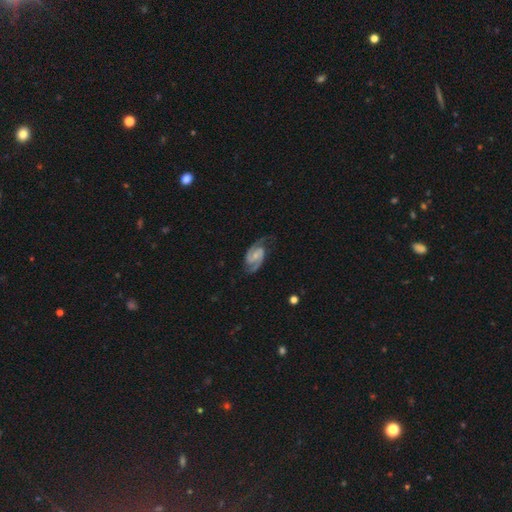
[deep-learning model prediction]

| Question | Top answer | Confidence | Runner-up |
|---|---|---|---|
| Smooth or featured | featured or disk | 91% | smooth (5%) |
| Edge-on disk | no | 98% | yes (2%) |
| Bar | weak | 47% | no (37%) |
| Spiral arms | yes | 98% | no (2%) |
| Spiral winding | medium | 58% | tight (27%) |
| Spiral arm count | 2 | 94% | can't tell (2%) |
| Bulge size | small | 54% | moderate (26%) |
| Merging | none | 77% | minor disturbance (16%) |